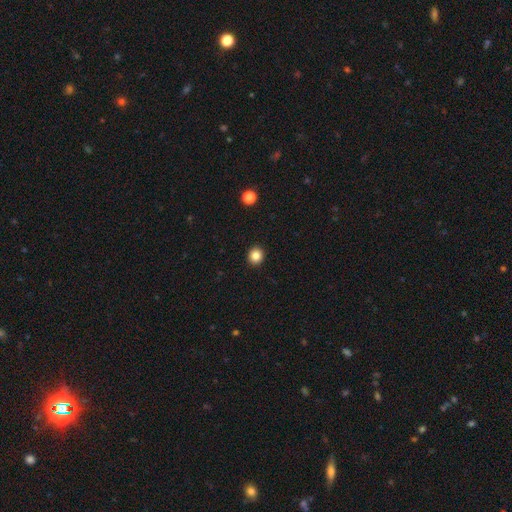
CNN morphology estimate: smooth 85%, star or artifact 11%, featured or disk 4%. Down the decision tree: how rounded — round (89%); merging — none (93%).